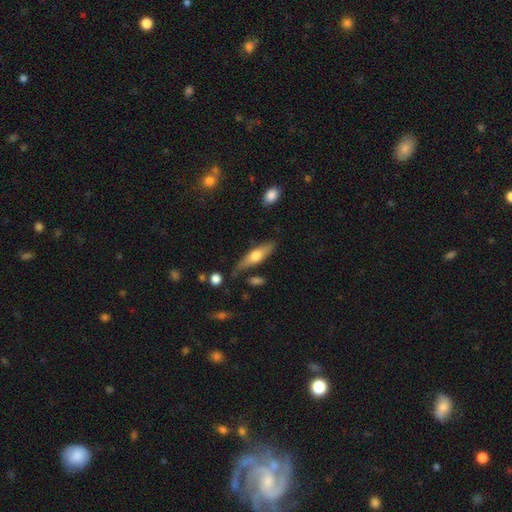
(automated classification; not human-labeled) Smooth or featured: smooth — 51% (featured or disk — 43%)
How rounded: cigar-shaped — 62% (in between — 35%)
Merging: none — 77% (minor disturbance — 15%)